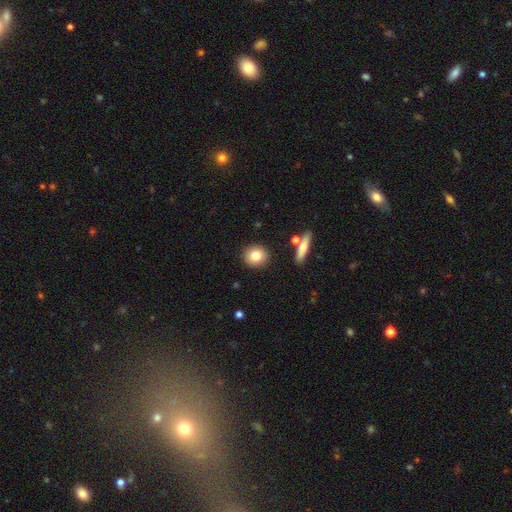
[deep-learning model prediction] A smooth galaxy with no disk features (80%) that is round (84%).

Vote fractions:
- Smooth or featured? smooth: 80% / featured or disk: 11% / star or artifact: 9%
- How rounded? round: 84% / in between: 14% / cigar-shaped: 2%
- Merging? none: 88% / minor disturbance: 7% / merger: 3% / major disturbance: 2%